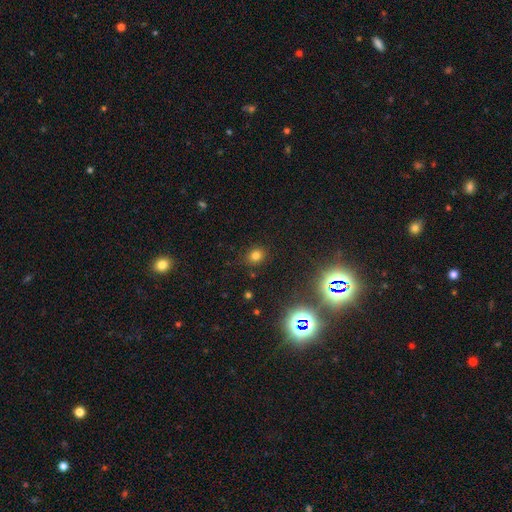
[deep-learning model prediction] Smooth or featured?
  - smooth: 74% *
  - star or artifact: 19%
  - featured or disk: 6%
How rounded?
  - round: 74% *
  - in between: 25%
  - cigar-shaped: 1%
Merging?
  - none: 86% *
  - minor disturbance: 9%
  - major disturbance: 3%
  - merger: 2%